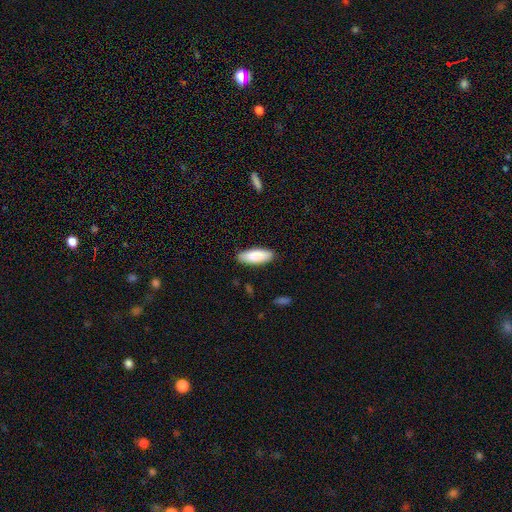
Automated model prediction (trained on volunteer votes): The model was most divided on "how rounded": in between: 71%, cigar-shaped: 27%, round: 2%. More confident: merging — none (88%); smooth or featured — smooth (86%).